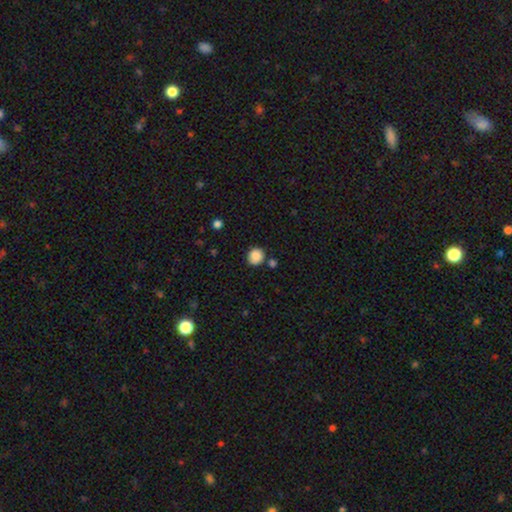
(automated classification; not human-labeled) This appears to be a smooth galaxy with no disk features (86%) that is round (83%). Merging: none (75%).